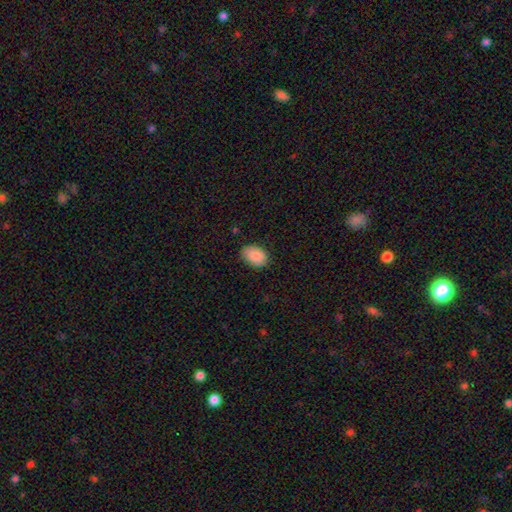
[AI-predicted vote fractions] Overall: smooth (89%). How rounded: in between (86%). Merging: none (78%).